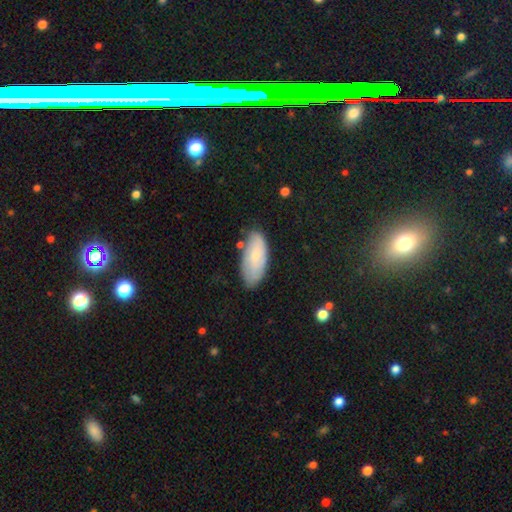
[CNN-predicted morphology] type=smooth (60%); roundness=in between (88%); merging=none (71%).